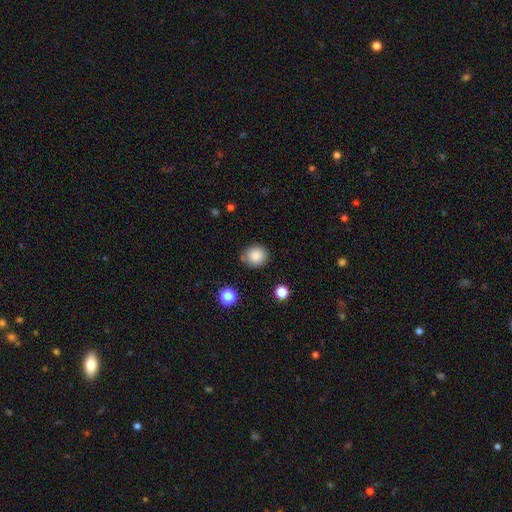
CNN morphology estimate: A smooth galaxy with no disk features (85%) that is round (85%).

Vote fractions:
- Smooth or featured? smooth: 85% / star or artifact: 10% / featured or disk: 6%
- How rounded? round: 85% / in between: 15% / cigar-shaped: 1%
- Merging? none: 81% / minor disturbance: 13% / merger: 3% / major disturbance: 3%